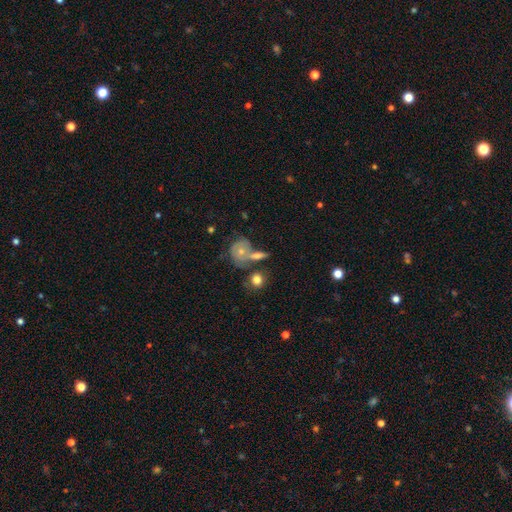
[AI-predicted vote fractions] Smooth or featured?
  - smooth: 42% *
  - featured or disk: 41%
  - star or artifact: 17%
Merging?
  - none: 52% *
  - merger: 25%
  - minor disturbance: 15%
  - major disturbance: 8%